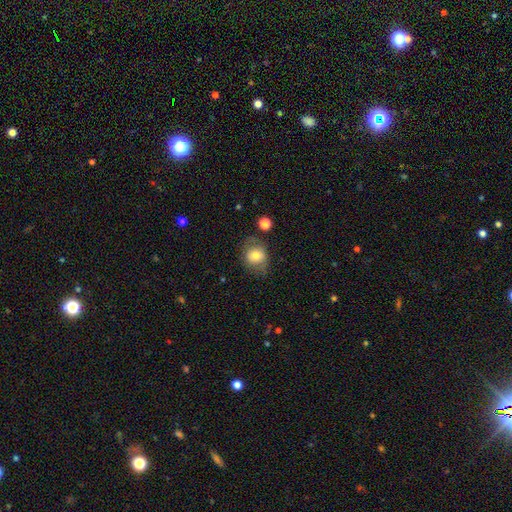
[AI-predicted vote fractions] Smooth or featured: smooth — 70% (featured or disk — 20%)
How rounded: round — 64% (in between — 35%)
Merging: none — 64% (minor disturbance — 22%)